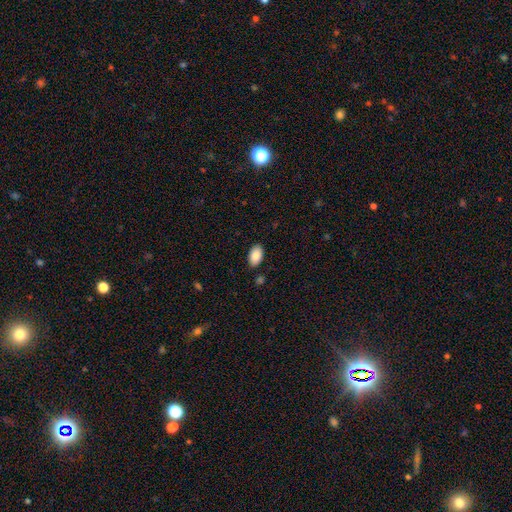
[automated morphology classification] A smooth galaxy with no disk features (88%) that is in between round and cigar-shaped (94%). Merging: none (87%).